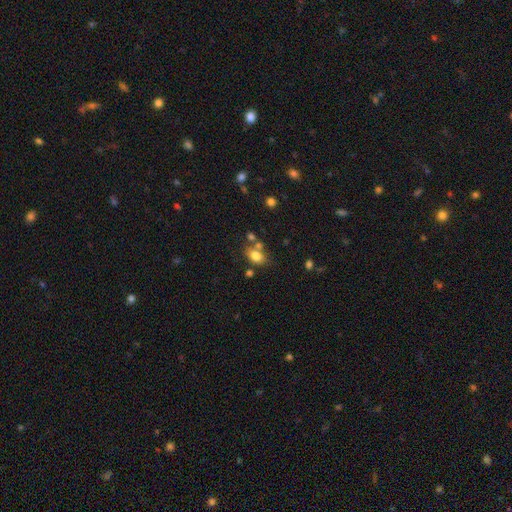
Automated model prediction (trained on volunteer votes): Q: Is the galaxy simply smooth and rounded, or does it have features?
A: smooth — 78%.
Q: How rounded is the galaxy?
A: in between — 82%.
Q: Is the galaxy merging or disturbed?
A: none — 57%.